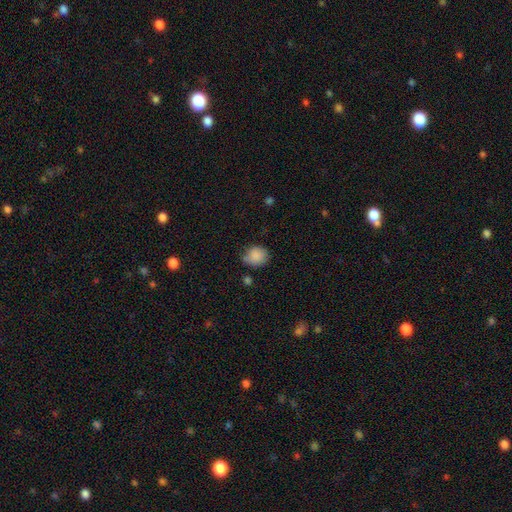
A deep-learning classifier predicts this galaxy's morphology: Q: Smooth or featured?
A: smooth (86%); runner-up: star or artifact (8%)
Q: How rounded?
A: round (72%); runner-up: in between (27%)
Q: Merging?
A: none (65%); runner-up: minor disturbance (26%)